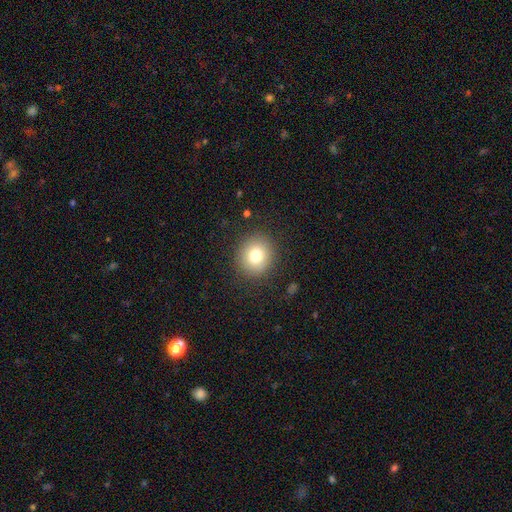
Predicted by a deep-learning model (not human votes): Q: Smooth or featured?
A: smooth (77%); runner-up: star or artifact (12%)
Q: How rounded?
A: round (88%); runner-up: in between (12%)
Q: Merging?
A: none (88%); runner-up: minor disturbance (8%)